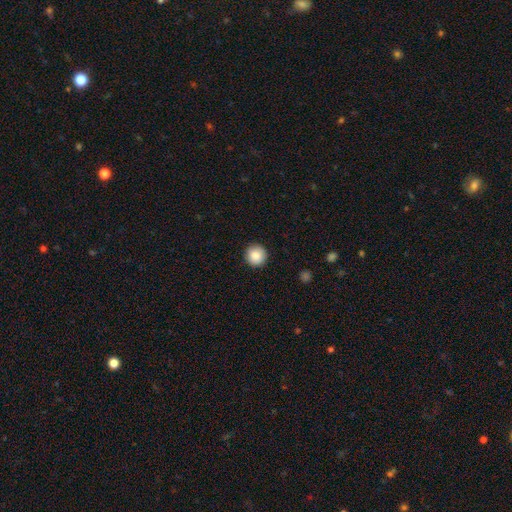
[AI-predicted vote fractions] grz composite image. It shows a smooth galaxy with no disk features (87%) that is round (95%). Merging: none (92%).